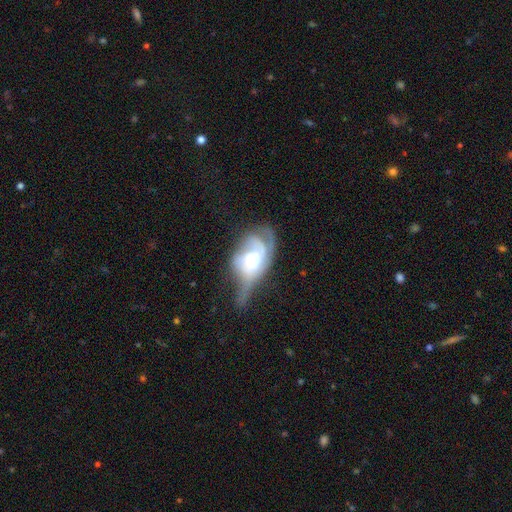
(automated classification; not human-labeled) Smooth or featured? Predicted: featured or disk (p=0.64). Edge-on disk? Predicted: no (p=0.93). Bar? Predicted: no (p=0.73). Spiral arms? Predicted: yes (p=0.65). Bulge size? Predicted: large (p=0.43). Merging? Predicted: major disturbance (p=0.50).